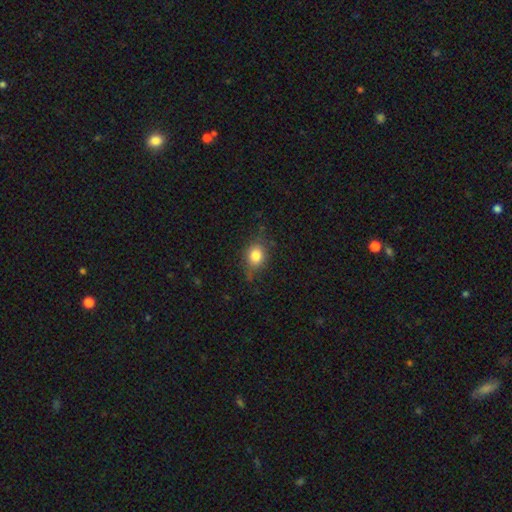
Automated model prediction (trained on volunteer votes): smooth 80%, star or artifact 10%, featured or disk 9%. Down the decision tree: how rounded — round (52%); merging — none (71%).